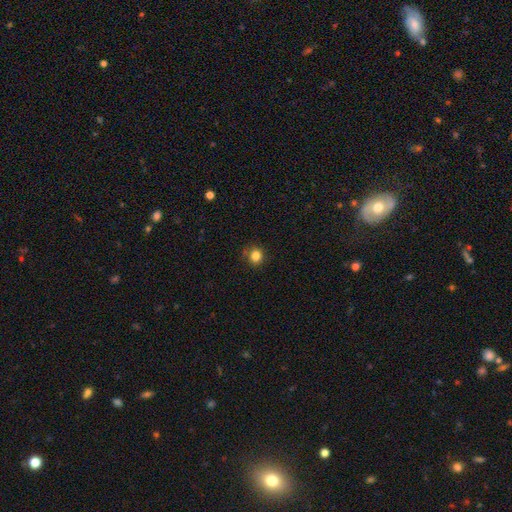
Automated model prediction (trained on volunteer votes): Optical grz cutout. It shows a smooth galaxy with no disk features (84%) that is round (82%). Merging: none (82%).